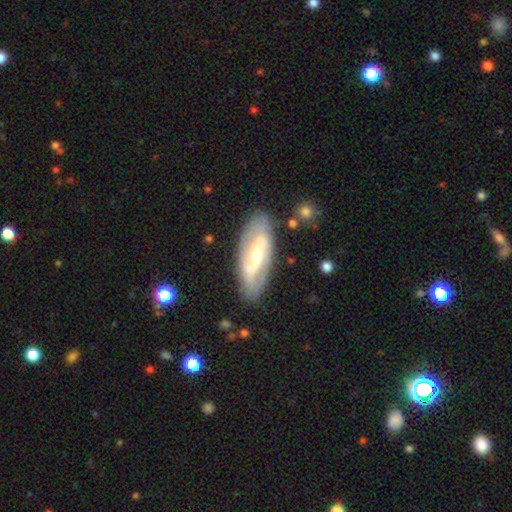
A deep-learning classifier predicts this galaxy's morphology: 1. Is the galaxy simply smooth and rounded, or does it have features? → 76% featured or disk, 19% smooth, 5% star or artifact.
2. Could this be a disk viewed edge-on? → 90% no, 10% yes.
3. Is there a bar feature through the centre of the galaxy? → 40% weak, 39% strong, 20% no.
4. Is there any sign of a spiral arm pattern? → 83% yes, 17% no.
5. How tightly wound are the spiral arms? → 43% medium, 31% loose, 26% tight.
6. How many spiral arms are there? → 83% 2, 11% can't tell, 2% 1, 2% 3, 1% 4, 1% more than 4.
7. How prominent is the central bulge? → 55% moderate, 35% small, 7% large, 2% none, 1% dominant.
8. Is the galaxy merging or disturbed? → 82% none, 12% minor disturbance, 4% major disturbance, 2% merger.